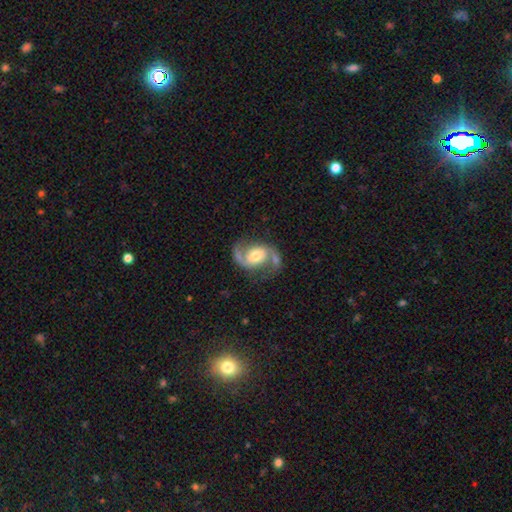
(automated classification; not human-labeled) Overall: featured or disk (88%). Edge-on disk: no (98%). Bar: no (55%; weak 32%). Spiral arms: yes (97%). Spiral arm count: 2 (93%). Spiral winding: medium (53%; loose 34%). Bulge size: moderate (61%; small 21%). Merging: none (72%).